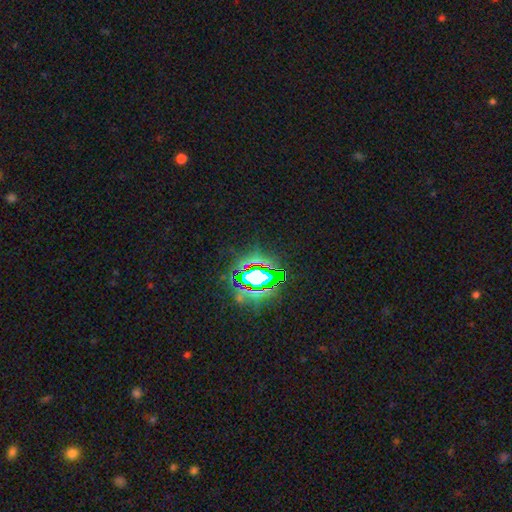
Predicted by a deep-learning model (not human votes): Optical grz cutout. It shows a star or artifact, not a galaxy (82%).